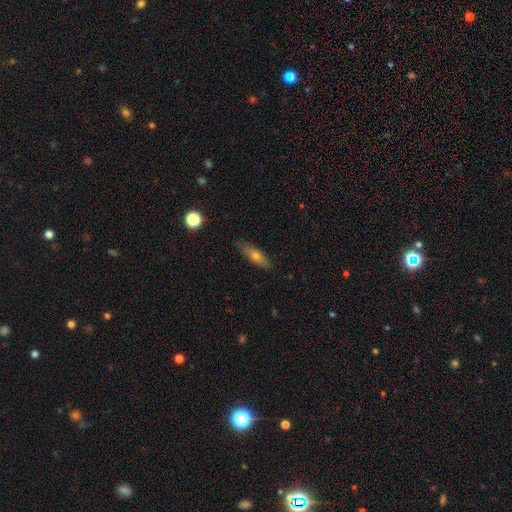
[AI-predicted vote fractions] This appears to be a smooth galaxy with no disk features (62%) that is cigar-shaped (57%). Merging: none (83%).